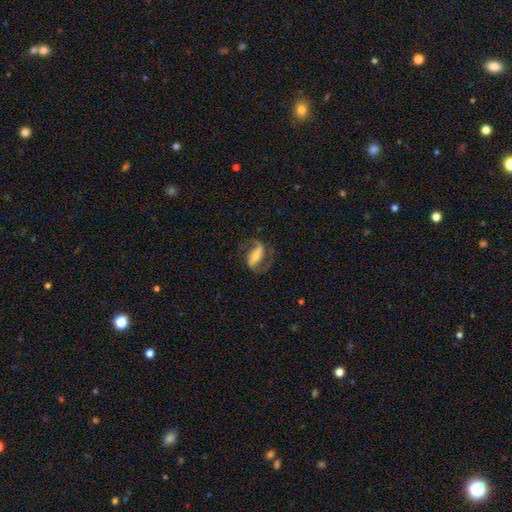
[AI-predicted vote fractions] Smooth or featured? featured or disk (80%)
Edge-on disk? no (94%)
Bar? strong (60%)
Spiral arms? yes (93%)
Spiral winding? medium (49%)
Spiral arm count? 2 (90%)
Bulge size? small (42%)
Merging? none (71%)